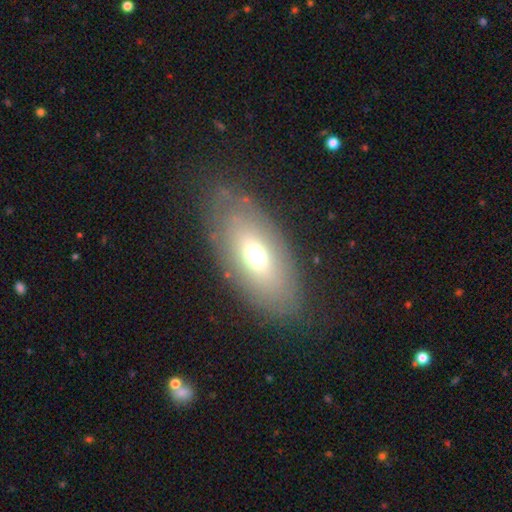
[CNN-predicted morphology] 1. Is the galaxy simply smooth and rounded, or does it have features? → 59% smooth, 31% featured or disk, 10% star or artifact.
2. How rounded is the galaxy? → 87% in between, 7% cigar-shaped, 7% round.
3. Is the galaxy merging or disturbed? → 78% none, 13% minor disturbance, 7% major disturbance, 2% merger.